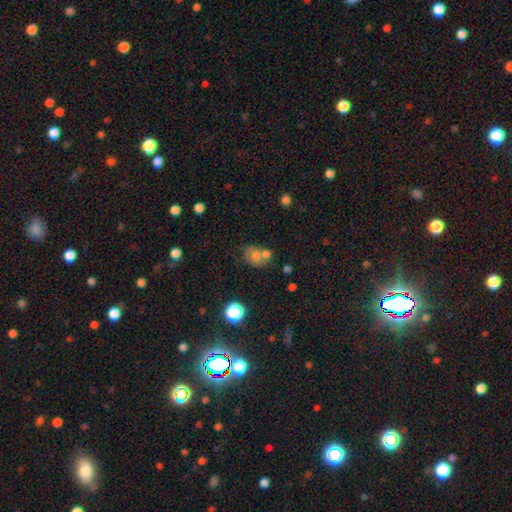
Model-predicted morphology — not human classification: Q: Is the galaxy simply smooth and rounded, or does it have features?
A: smooth — 66%.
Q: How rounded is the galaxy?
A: round — 53%.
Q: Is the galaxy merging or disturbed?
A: merger — 42%.